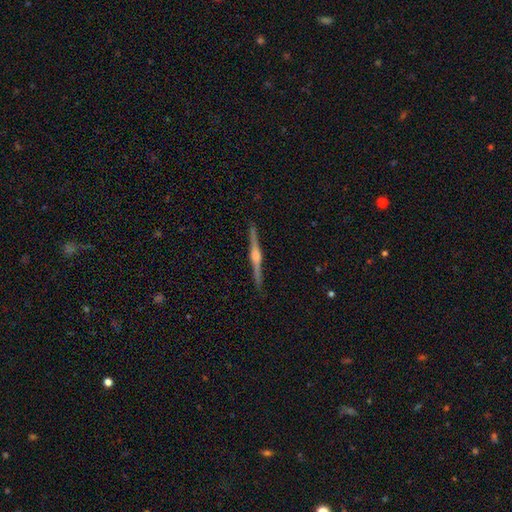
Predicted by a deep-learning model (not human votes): featured or disk 85%, smooth 10%, star or artifact 5%. Down the decision tree: edge-on disk — yes (99%); edge-on bulge — rounded (80%); merging — none (92%).